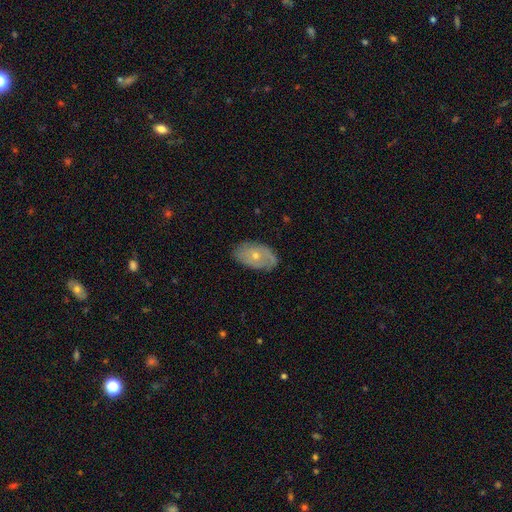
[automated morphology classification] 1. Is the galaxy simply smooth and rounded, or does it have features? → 52% featured or disk, 41% smooth, 7% star or artifact.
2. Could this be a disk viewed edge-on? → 91% no, 9% yes.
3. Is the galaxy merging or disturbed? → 72% none, 21% minor disturbance, 5% major disturbance, 1% merger.